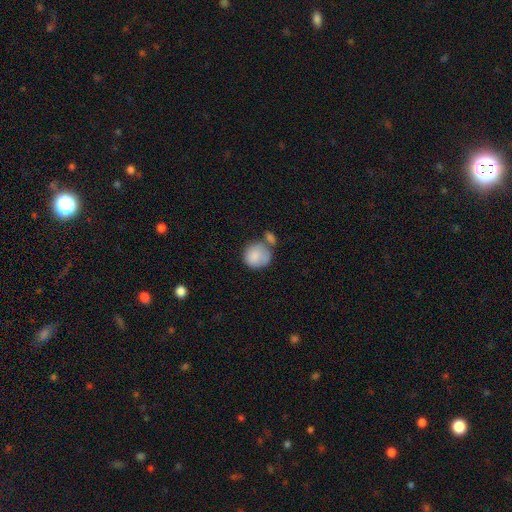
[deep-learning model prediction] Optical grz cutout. It shows a smooth galaxy with no disk features (84%) that is round (86%). Merging: none (44%).